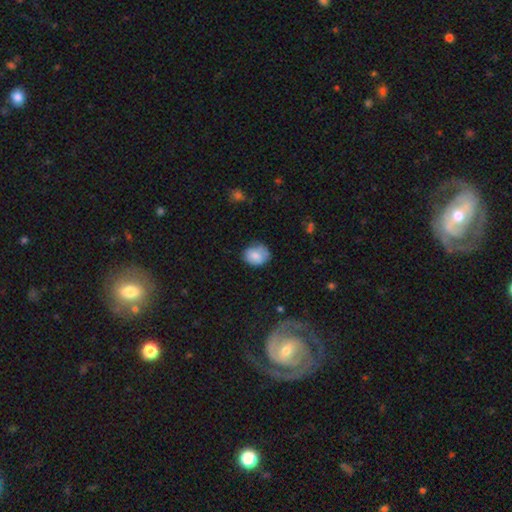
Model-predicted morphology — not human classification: Smooth or featured?
  - smooth: 77% *
  - featured or disk: 15%
  - star or artifact: 8%
How rounded?
  - round: 57% *
  - in between: 42%
  - cigar-shaped: 1%
Merging?
  - none: 64% *
  - minor disturbance: 28%
  - major disturbance: 6%
  - merger: 2%